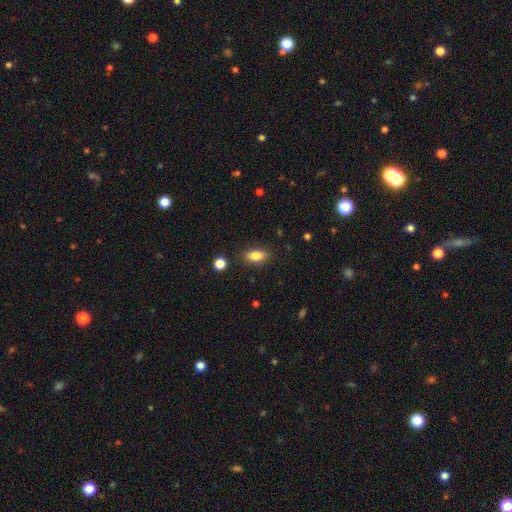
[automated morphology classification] Q: Smooth or featured?
A: smooth (83%); runner-up: featured or disk (9%)
Q: How rounded?
A: in between (87%); runner-up: round (7%)
Q: Merging?
A: none (87%); runner-up: minor disturbance (9%)